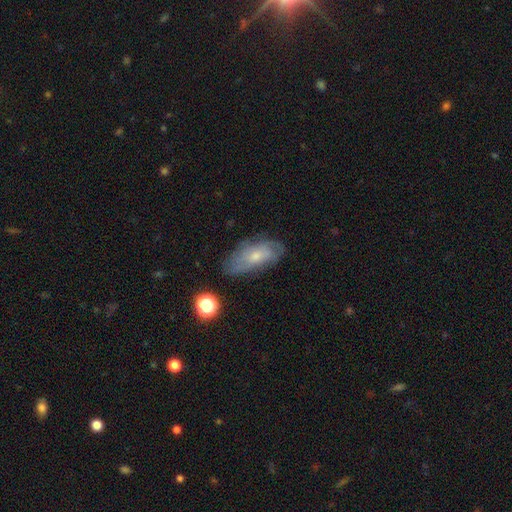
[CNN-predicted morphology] Smooth or featured? Predicted: featured or disk (p=0.46). Merging? Predicted: none (p=0.69).